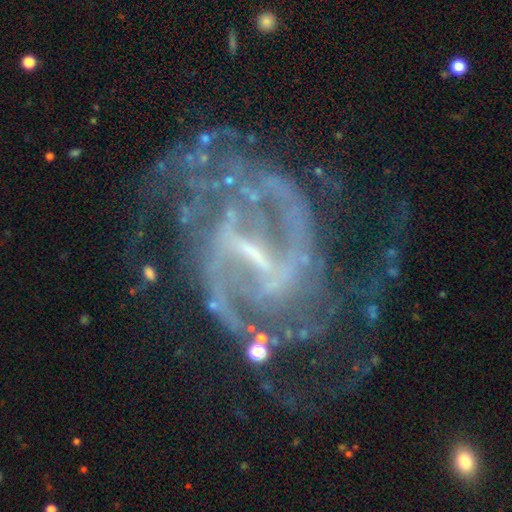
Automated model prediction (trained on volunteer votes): Morphology: type=featured or disk (91%); edge-on=no (98%); bar=strong (53%); spiral arms=yes (96%); winding=medium (49%); arm count=2 (50%); bulge=small (60%); merging=none (58%).